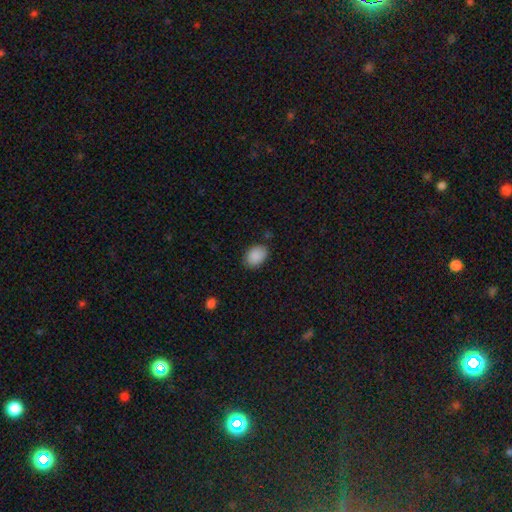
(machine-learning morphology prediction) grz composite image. It shows a smooth galaxy with no disk features (89%) that is in between round and cigar-shaped (81%). Merging: none (80%).